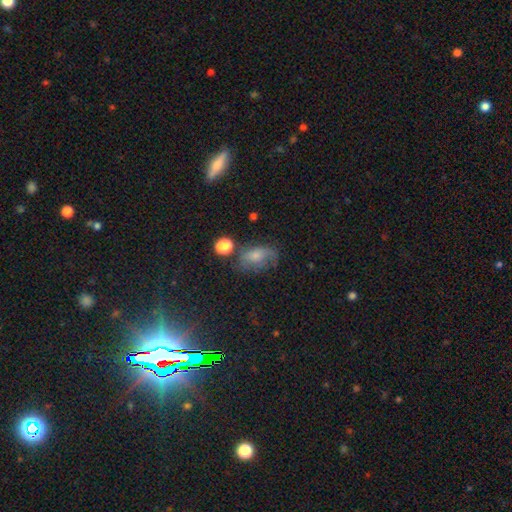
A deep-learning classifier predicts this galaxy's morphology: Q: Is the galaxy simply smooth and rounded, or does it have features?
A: smooth — 56%.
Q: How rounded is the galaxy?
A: in between — 79%.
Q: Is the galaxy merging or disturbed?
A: none — 43%.